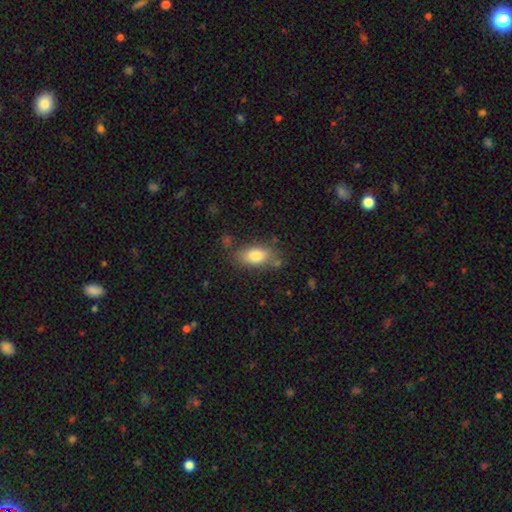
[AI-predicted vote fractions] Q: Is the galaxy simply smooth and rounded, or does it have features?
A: smooth — 80%.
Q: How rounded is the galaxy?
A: in between — 89%.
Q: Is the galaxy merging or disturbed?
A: none — 73%.